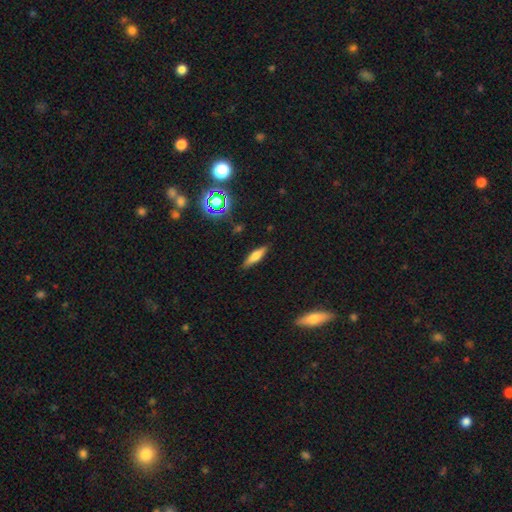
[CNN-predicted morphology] smooth-or-featured: smooth: 64% | featured or disk: 26% | star or artifact: 10%
  how-rounded: cigar-shaped: 67% | in between: 30% | round: 2%
  merging: none: 86% | minor disturbance: 10% | major disturbance: 2% | merger: 2%